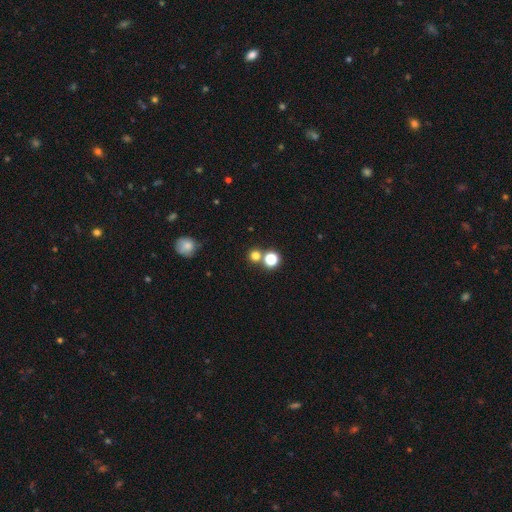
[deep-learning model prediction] This appears to be a smooth galaxy with no disk features (72%) that is round (91%). Merging: none (69%).